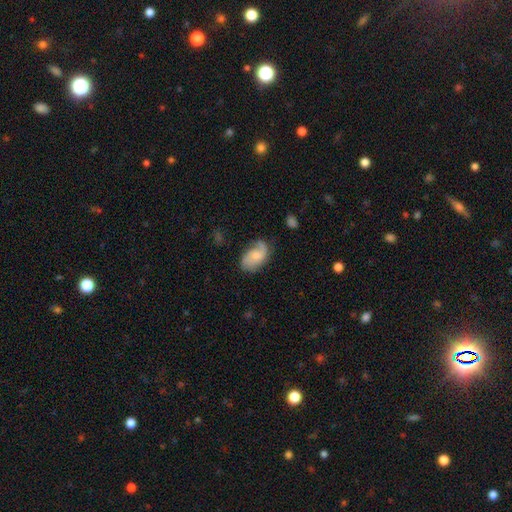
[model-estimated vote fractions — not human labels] This appears to be a featured or disk galaxy (52%). Merging: none (58%).